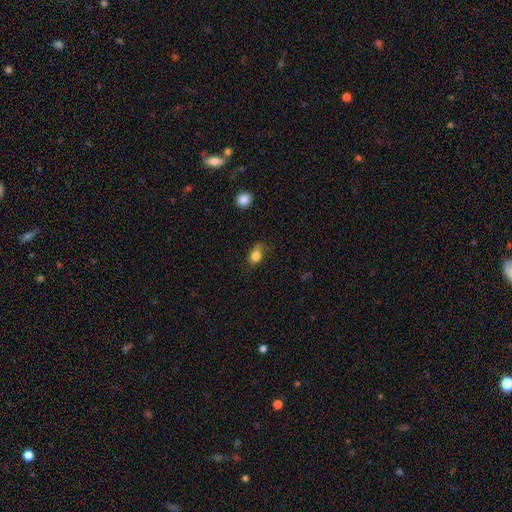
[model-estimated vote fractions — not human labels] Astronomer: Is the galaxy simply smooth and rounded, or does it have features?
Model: smooth — 83%.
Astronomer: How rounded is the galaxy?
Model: in between — 65%.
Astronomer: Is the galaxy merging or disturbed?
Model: none — 60%.